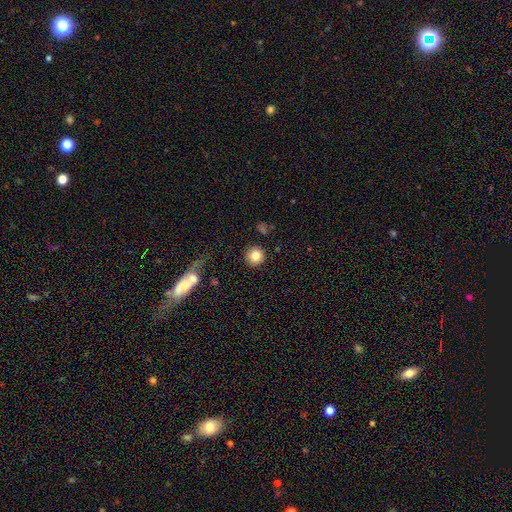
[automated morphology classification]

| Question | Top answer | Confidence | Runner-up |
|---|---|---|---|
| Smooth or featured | smooth | 82% | star or artifact (10%) |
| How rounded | round | 94% | in between (5%) |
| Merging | none | 89% | minor disturbance (6%) |